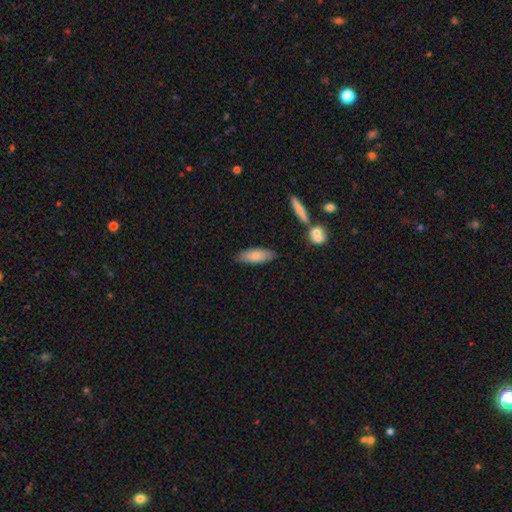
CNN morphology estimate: smooth-or-featured: smooth: 78% | featured or disk: 16% | star or artifact: 6%
  how-rounded: in between: 67% | cigar-shaped: 31% | round: 2%
  merging: none: 83% | minor disturbance: 13% | major disturbance: 2% | merger: 2%